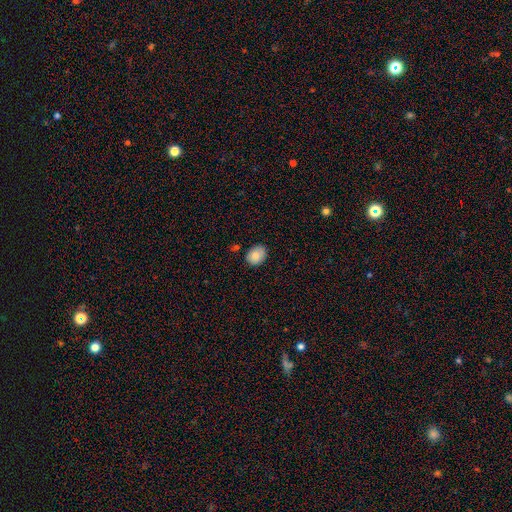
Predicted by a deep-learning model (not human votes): smooth_or_featured: smooth (p=0.84) [alt: featured or disk p=0.09]
how_rounded: in between (p=0.59) [alt: round p=0.40]
merging: none (p=0.78) [alt: minor disturbance p=0.16]